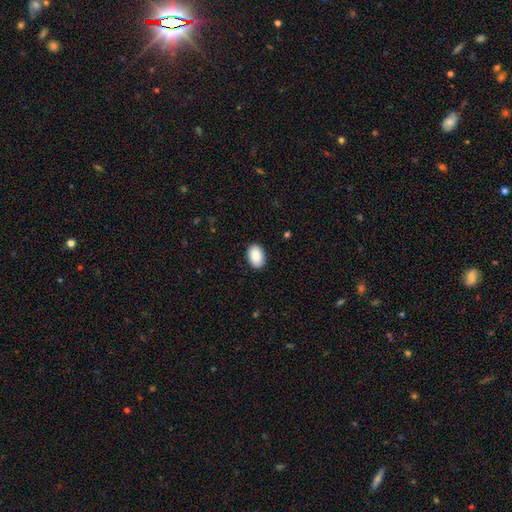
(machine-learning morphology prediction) smooth-or-featured: smooth: 91% | star or artifact: 6% | featured or disk: 3%
  how-rounded: in between: 90% | round: 9% | cigar-shaped: 1%
  merging: none: 89% | minor disturbance: 8% | major disturbance: 2% | merger: 1%